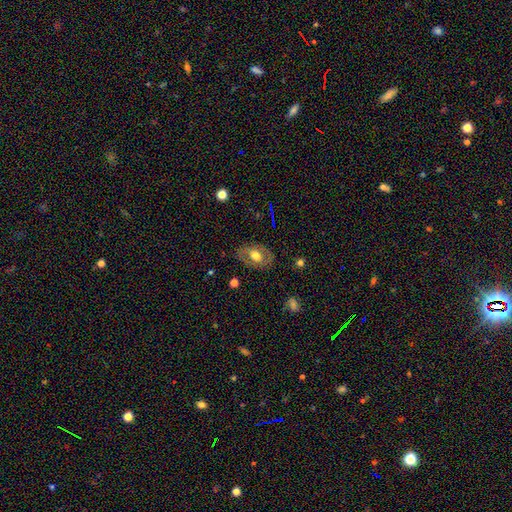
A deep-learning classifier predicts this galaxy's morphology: The model was most divided on "smooth or featured": smooth: 47%, featured or disk: 45%, star or artifact: 7%. More confident: merging — none (79%).